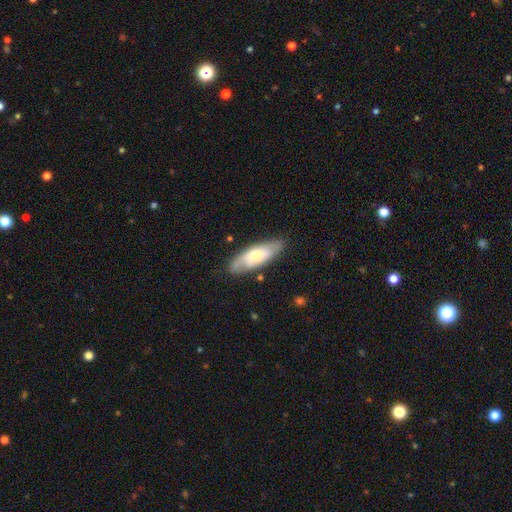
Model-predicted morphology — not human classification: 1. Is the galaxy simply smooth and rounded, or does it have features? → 54% smooth, 41% featured or disk, 6% star or artifact.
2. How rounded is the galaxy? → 66% in between, 32% cigar-shaped, 2% round.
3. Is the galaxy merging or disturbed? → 80% none, 15% minor disturbance, 3% major disturbance, 2% merger.